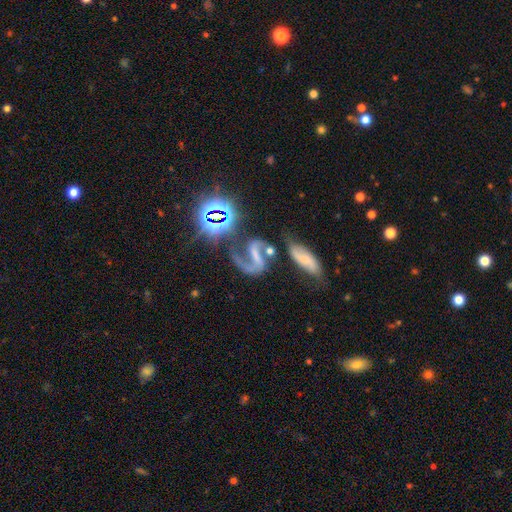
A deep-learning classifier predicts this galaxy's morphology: Q: Smooth or featured?
A: featured or disk (74%); runner-up: star or artifact (15%)
Q: Edge-on disk?
A: no (96%); runner-up: yes (4%)
Q: Bar?
A: strong (49%); runner-up: weak (31%)
Q: Spiral arms?
A: yes (91%); runner-up: no (9%)
Q: Spiral winding?
A: loose (54%); runner-up: medium (37%)
Q: Spiral arm count?
A: 2 (73%); runner-up: 1 (21%)
Q: Bulge size?
A: none (44%); runner-up: small (27%)
Q: Merging?
A: none (34%); runner-up: major disturbance (25%)